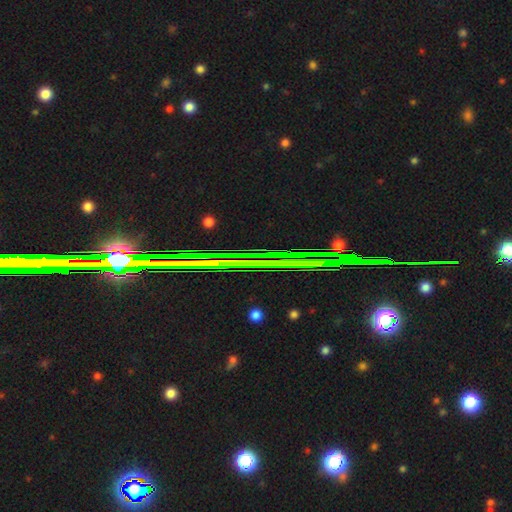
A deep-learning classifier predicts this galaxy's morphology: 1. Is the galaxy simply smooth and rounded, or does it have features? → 76% star or artifact, 15% featured or disk, 9% smooth.